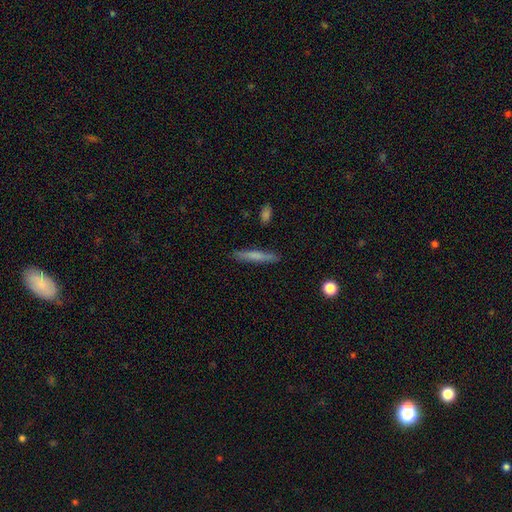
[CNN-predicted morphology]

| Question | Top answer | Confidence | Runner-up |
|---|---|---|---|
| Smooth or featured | smooth | 66% | featured or disk (27%) |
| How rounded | cigar-shaped | 93% | in between (5%) |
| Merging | none | 88% | minor disturbance (9%) |